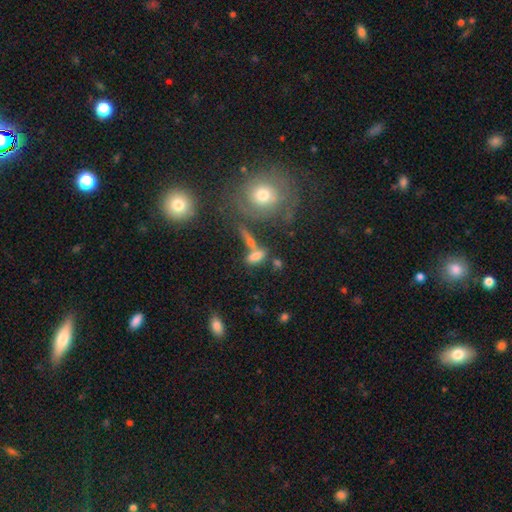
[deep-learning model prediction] smooth 71%, featured or disk 16%, star or artifact 13%. Down the decision tree: how rounded — in between (70%); merging — none (45%).